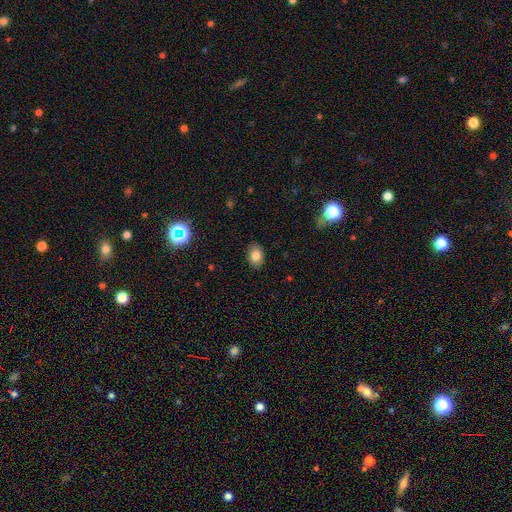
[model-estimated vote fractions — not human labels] The model was most divided on "how rounded": in between: 70%, round: 29%, cigar-shaped: 1%. More confident: merging — none (87%); smooth or featured — smooth (81%).